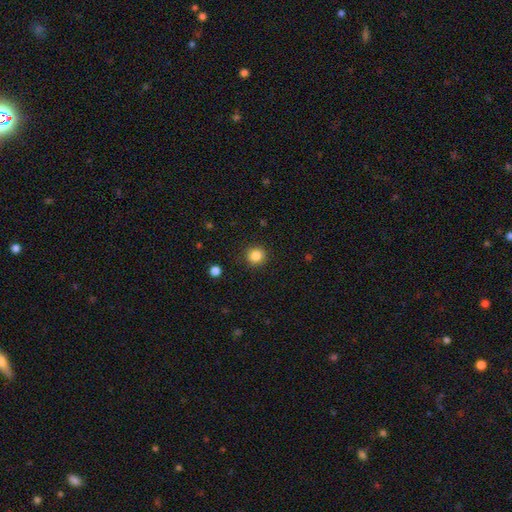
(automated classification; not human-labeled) Smooth or featured?
  - smooth: 85% *
  - star or artifact: 11%
  - featured or disk: 4%
How rounded?
  - round: 92% *
  - in between: 7%
  - cigar-shaped: 1%
Merging?
  - none: 90% *
  - minor disturbance: 6%
  - major disturbance: 2%
  - merger: 1%